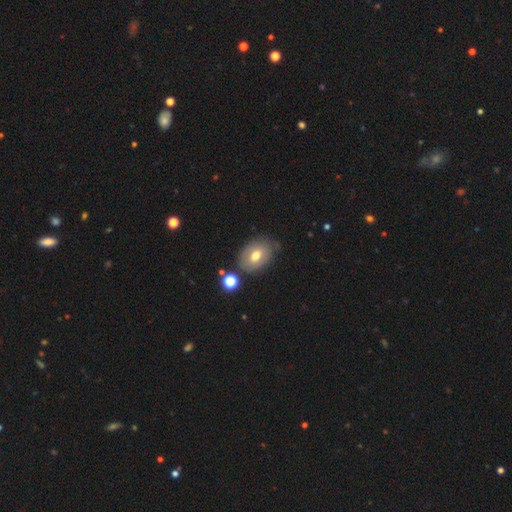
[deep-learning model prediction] A smooth galaxy with no disk features (66%) that is in between round and cigar-shaped (78%).

Vote fractions:
- Smooth or featured? smooth: 66% / featured or disk: 25% / star or artifact: 9%
- How rounded? in between: 78% / round: 21% / cigar-shaped: 1%
- Merging? none: 65% / minor disturbance: 22% / merger: 6% / major disturbance: 6%